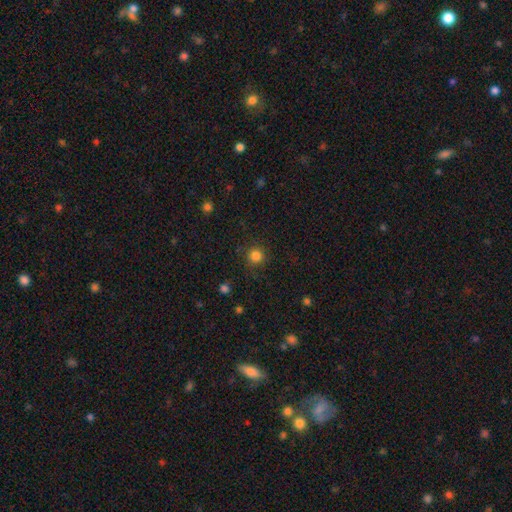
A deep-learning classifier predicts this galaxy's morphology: smooth-or-featured: smooth: 83% | star or artifact: 13% | featured or disk: 4%
  how-rounded: round: 94% | in between: 5% | cigar-shaped: 1%
  merging: none: 87% | minor disturbance: 8% | major disturbance: 3% | merger: 1%